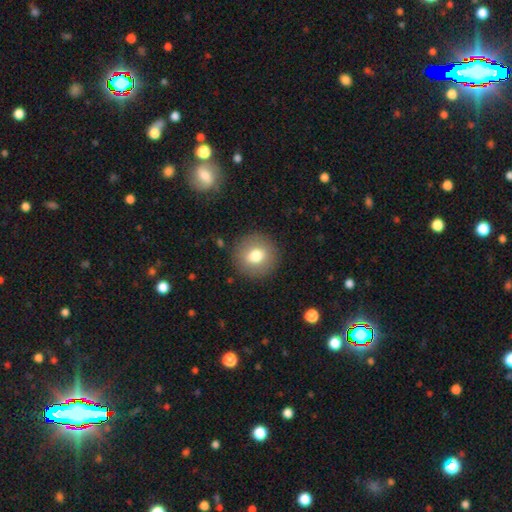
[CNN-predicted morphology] smooth-or-featured: smooth: 75% | featured or disk: 15% | star or artifact: 10%
  how-rounded: round: 92% | in between: 7% | cigar-shaped: 1%
  merging: none: 89% | minor disturbance: 7% | major disturbance: 3% | merger: 1%